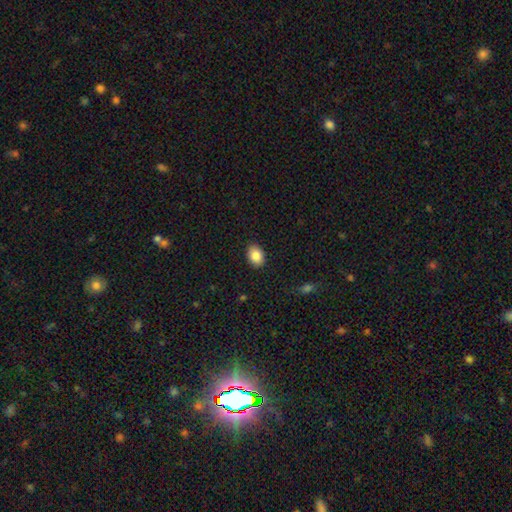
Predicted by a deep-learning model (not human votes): Smooth or featured: smooth — 86% (star or artifact — 8%)
How rounded: in between — 77% (round — 22%)
Merging: none — 89% (minor disturbance — 8%)